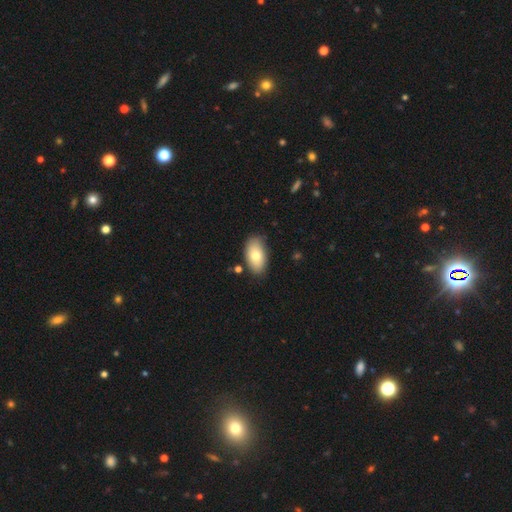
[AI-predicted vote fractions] Q: Smooth or featured?
A: smooth (76%); runner-up: featured or disk (17%)
Q: How rounded?
A: in between (94%); runner-up: round (4%)
Q: Merging?
A: none (83%); runner-up: minor disturbance (12%)